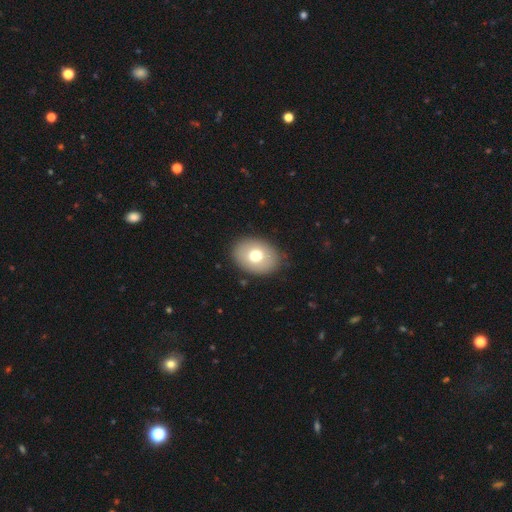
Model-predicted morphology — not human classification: type=smooth (73%); roundness=in between (68%); merging=none (87%).